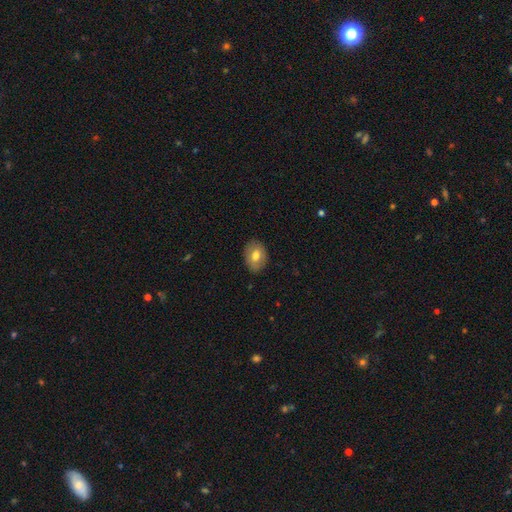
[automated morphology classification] Smooth or featured: smooth — 71% (featured or disk — 21%)
How rounded: in between — 66% (round — 33%)
Merging: none — 86% (minor disturbance — 11%)